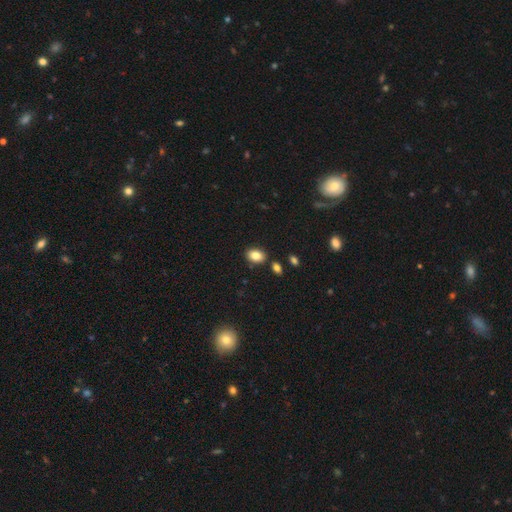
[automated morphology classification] smooth 84%, star or artifact 9%, featured or disk 7%. Down the decision tree: how rounded — in between (81%); merging — none (83%).